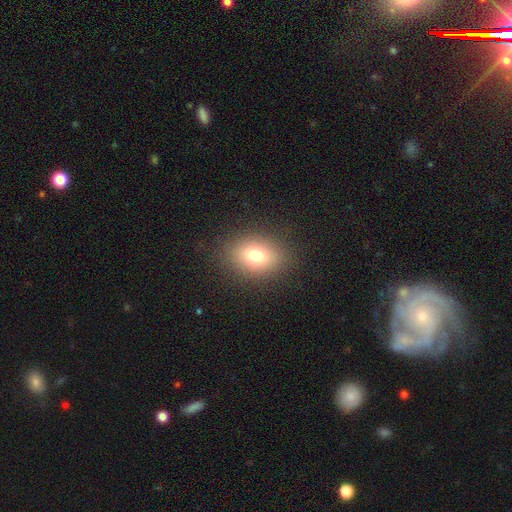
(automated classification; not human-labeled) A smooth galaxy with no disk features (74%) that is in between round and cigar-shaped (62%). Merging: none (86%).